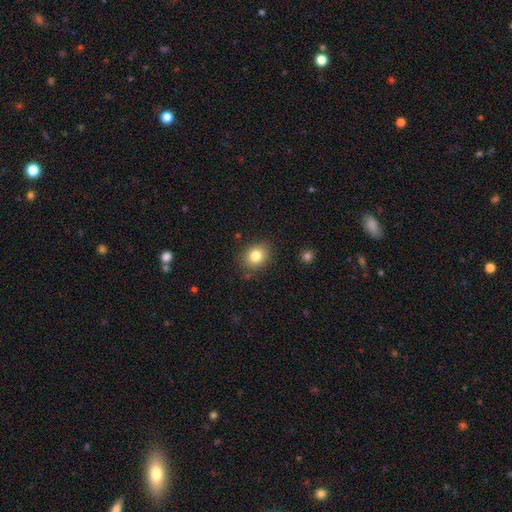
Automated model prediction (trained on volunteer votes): Smooth or featured?
  - smooth: 82% *
  - star or artifact: 10%
  - featured or disk: 8%
How rounded?
  - round: 58% *
  - in between: 41%
  - cigar-shaped: 1%
Merging?
  - none: 84% *
  - minor disturbance: 11%
  - major disturbance: 3%
  - merger: 2%